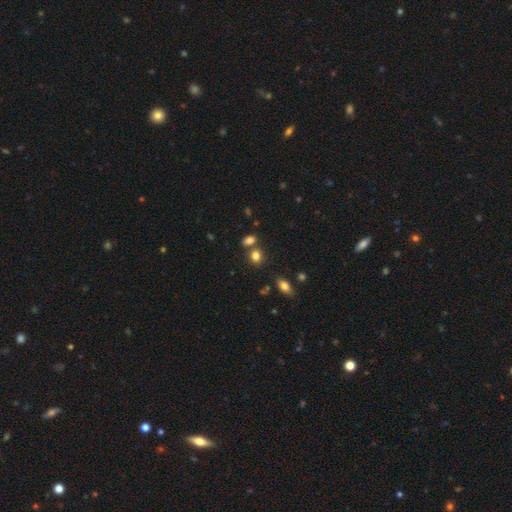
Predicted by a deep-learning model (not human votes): This is clearly a smooth galaxy (82%). How rounded: possibly in between (50%). Merging: likely none (64%).